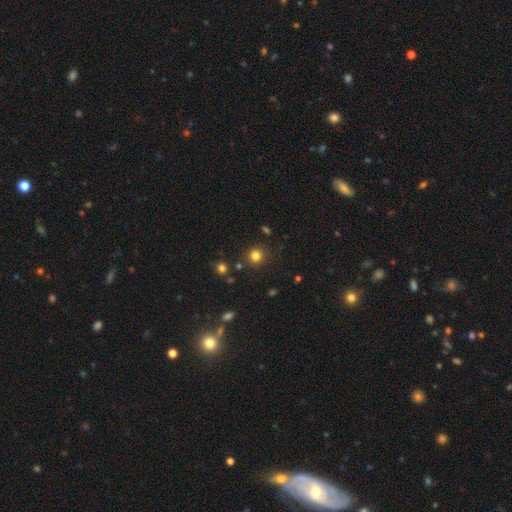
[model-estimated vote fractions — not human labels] Smooth or featured: smooth — 80% (star or artifact — 15%)
How rounded: round — 90% (in between — 9%)
Merging: none — 86% (minor disturbance — 8%)